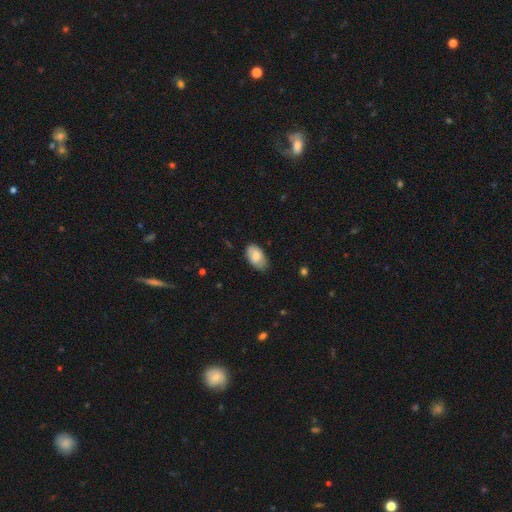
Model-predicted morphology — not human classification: smooth 81%, featured or disk 12%, star or artifact 6%. Down the decision tree: how rounded — in between (95%); merging — none (73%).